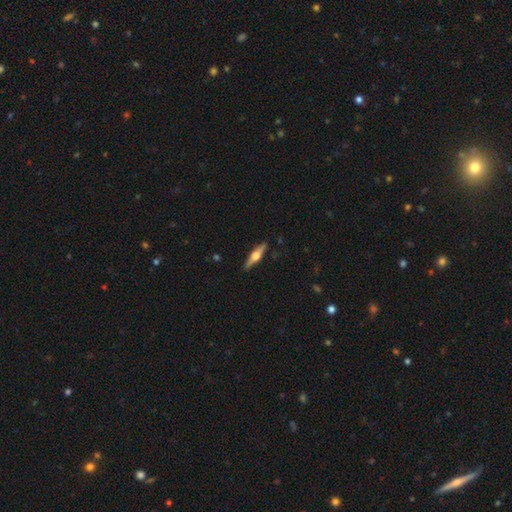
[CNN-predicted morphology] smooth_or_featured: featured or disk (p=0.69) [alt: smooth p=0.26]
disk_edge_on: yes (p=0.97) [alt: no p=0.03]
edge_on_bulge: rounded (p=0.94) [alt: boxy p=0.04]
merging: none (p=0.90) [alt: minor disturbance p=0.08]